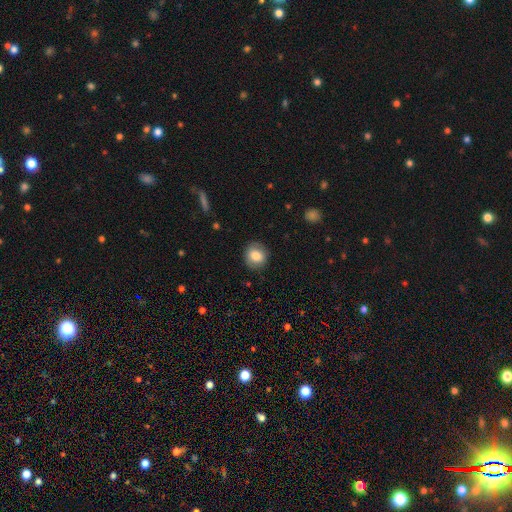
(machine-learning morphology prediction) smooth_or_featured: smooth (p=0.81) [alt: featured or disk p=0.11]
how_rounded: round (p=0.81) [alt: in between p=0.18]
merging: none (p=0.86) [alt: minor disturbance p=0.10]